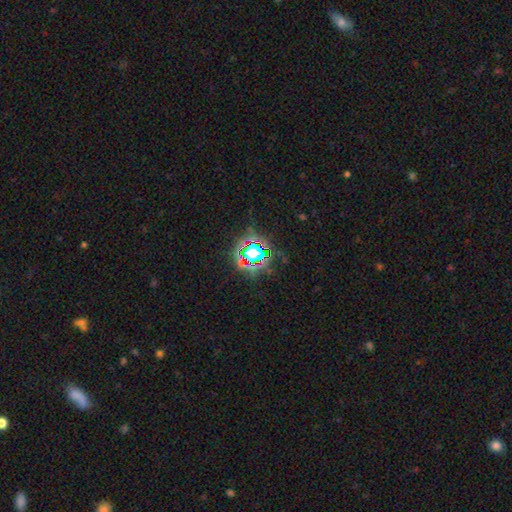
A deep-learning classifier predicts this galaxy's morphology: smooth-or-featured: star or artifact: 70% | smooth: 19% | featured or disk: 12%